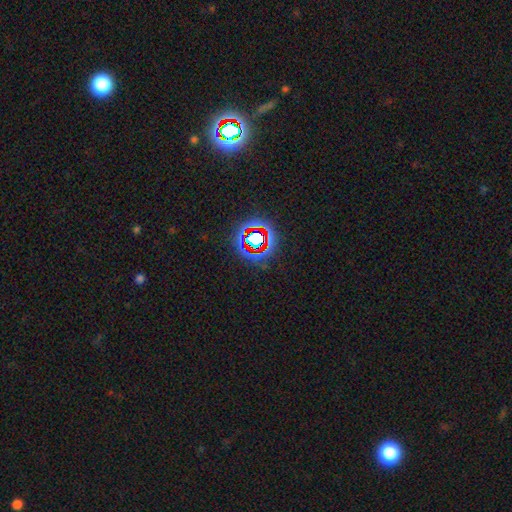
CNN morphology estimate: Smooth or featured? Predicted: star or artifact (p=0.69).